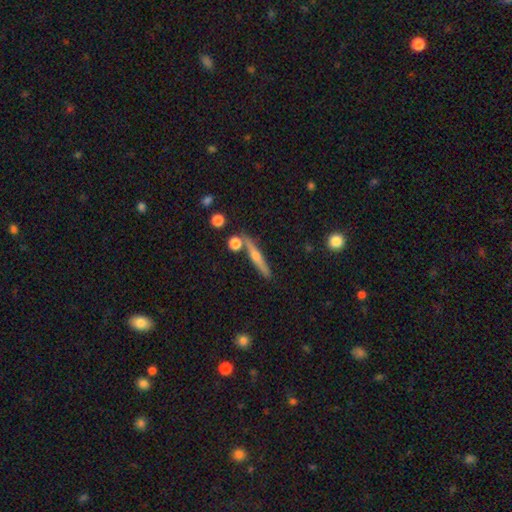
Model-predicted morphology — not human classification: Overall: featured or disk (65%; smooth 27%). Edge-on disk: yes (96%). Edge-on bulge: rounded (86%). Merging: none (81%).